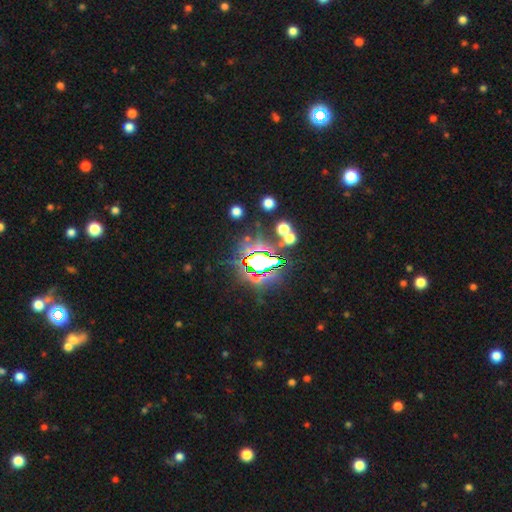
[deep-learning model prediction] Q: Smooth or featured?
A: star or artifact (80%); runner-up: smooth (11%)